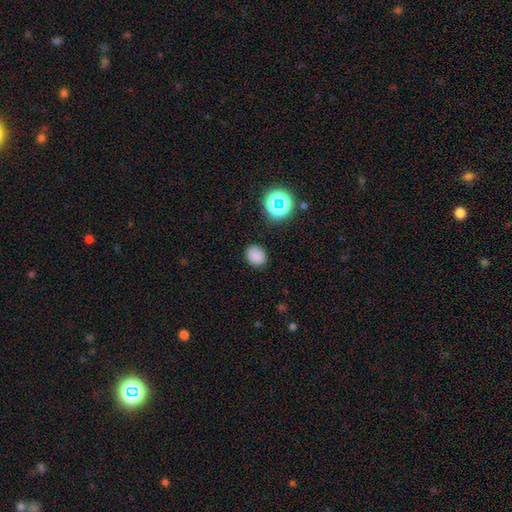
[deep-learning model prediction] Q: Smooth or featured?
A: smooth (80%); runner-up: star or artifact (16%)
Q: How rounded?
A: round (68%); runner-up: in between (31%)
Q: Merging?
A: none (86%); runner-up: minor disturbance (10%)